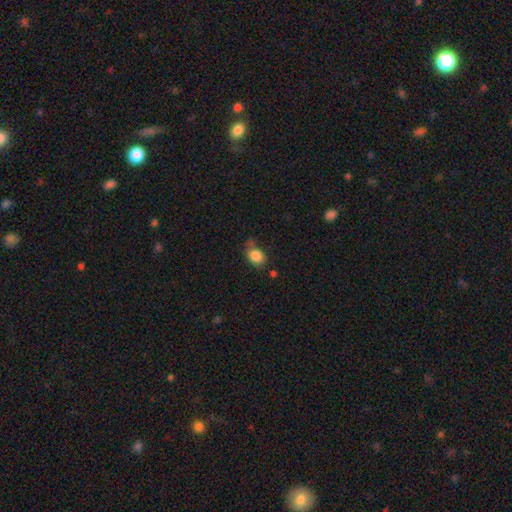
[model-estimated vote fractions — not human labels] Smooth or featured? Predicted: smooth (p=0.85). How rounded? Predicted: in between (p=0.56). Merging? Predicted: none (p=0.59).